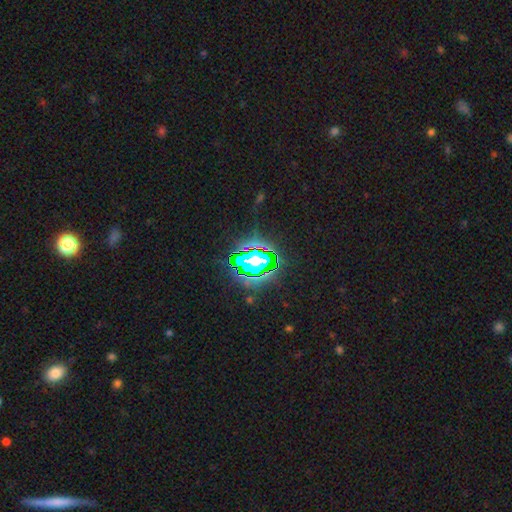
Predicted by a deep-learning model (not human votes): The model was most divided on "smooth or featured": star or artifact: 75%, smooth: 15%, featured or disk: 9%.